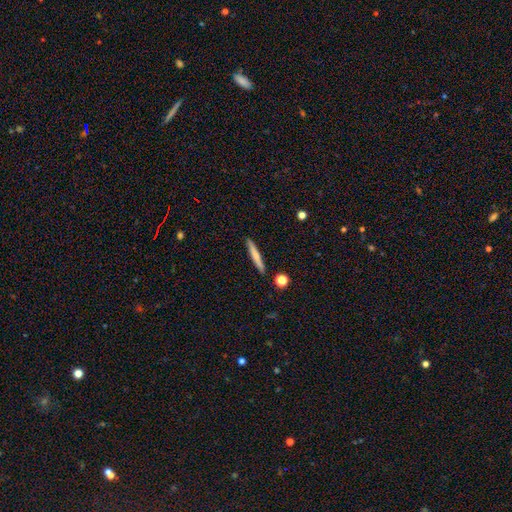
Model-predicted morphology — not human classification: A smooth galaxy with no disk features (63%) that is cigar-shaped (94%).

Vote fractions:
- Smooth or featured? smooth: 63% / featured or disk: 30% / star or artifact: 7%
- How rounded? cigar-shaped: 94% / in between: 4% / round: 2%
- Merging? none: 89% / minor disturbance: 7% / merger: 2% / major disturbance: 2%